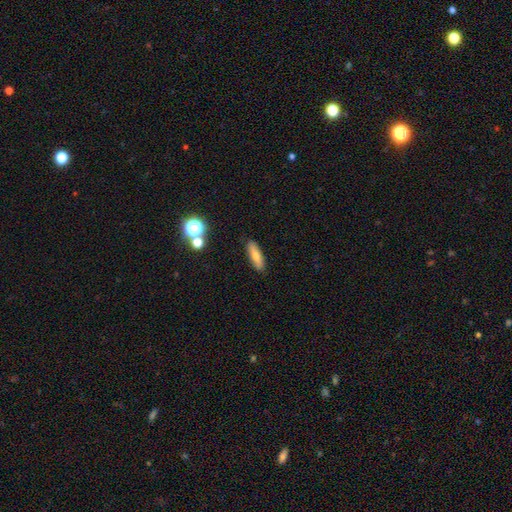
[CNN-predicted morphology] Q: Smooth or featured?
A: smooth (70%); runner-up: featured or disk (22%)
Q: How rounded?
A: cigar-shaped (58%); runner-up: in between (39%)
Q: Merging?
A: none (87%); runner-up: minor disturbance (9%)